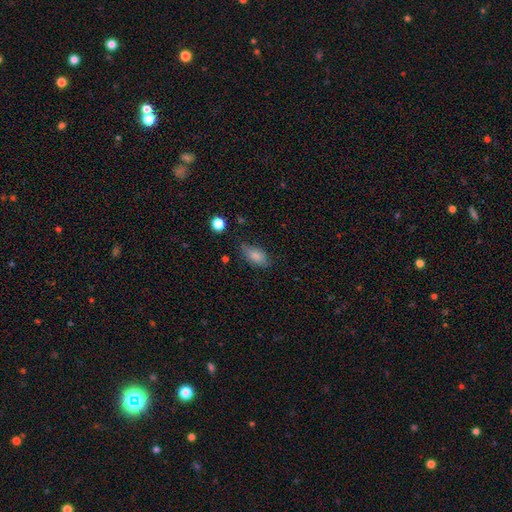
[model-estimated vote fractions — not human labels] Overall: smooth (82%). How rounded: in between (88%). Merging: none (68%).